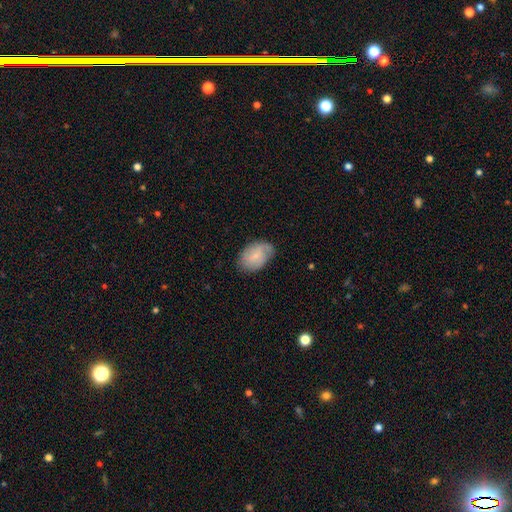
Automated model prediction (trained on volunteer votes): smooth_or_featured: smooth (p=0.52) [alt: featured or disk p=0.41]
how_rounded: in between (p=0.83) [alt: round p=0.16]
merging: none (p=0.67) [alt: minor disturbance p=0.25]